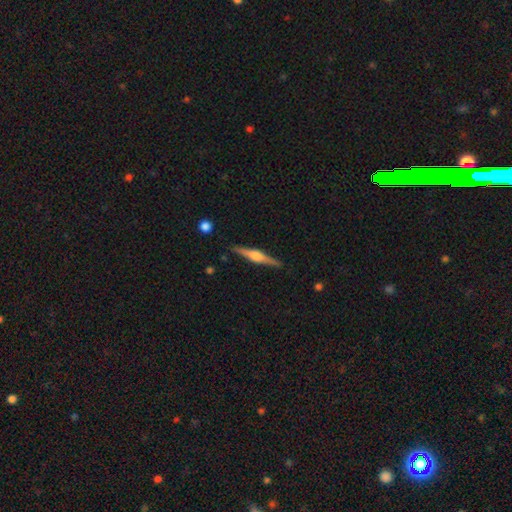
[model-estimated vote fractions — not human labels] smooth_or_featured: featured or disk (p=0.77) [alt: smooth p=0.18]
disk_edge_on: yes (p=0.98) [alt: no p=0.02]
edge_on_bulge: rounded (p=0.84) [alt: boxy p=0.13]
merging: none (p=0.89) [alt: minor disturbance p=0.08]